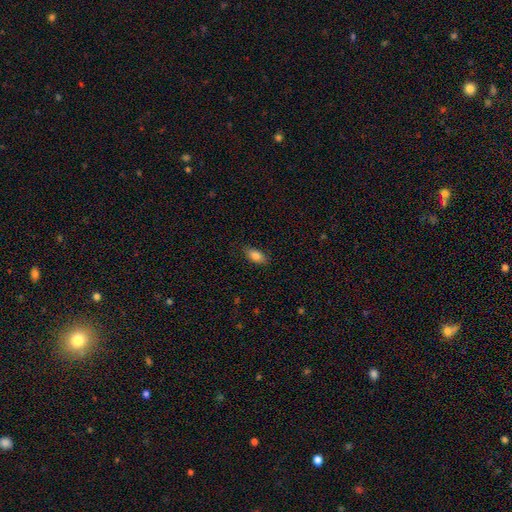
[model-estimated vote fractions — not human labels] Morphology: type=smooth (84%); roundness=in between (89%); merging=none (84%).